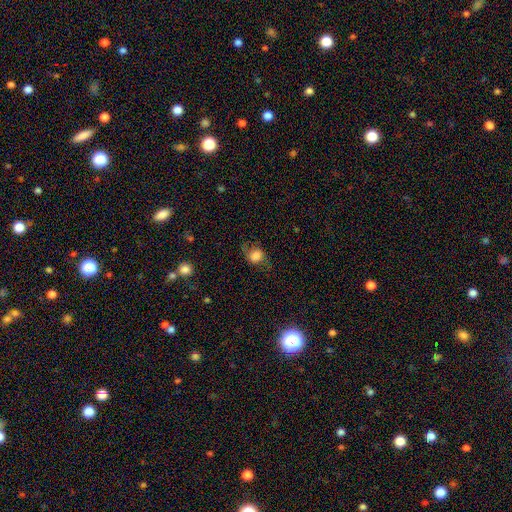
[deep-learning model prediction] The model was most divided on "how rounded": round: 65%, in between: 34%, cigar-shaped: 2%. More confident: smooth or featured — smooth (65%); merging — none (62%).